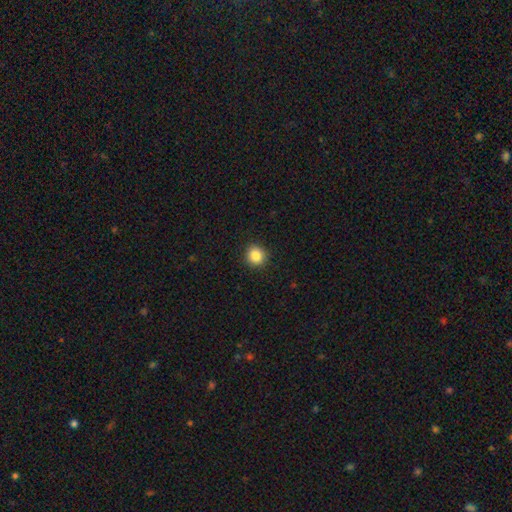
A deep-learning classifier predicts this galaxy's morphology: This is clearly a smooth galaxy (85%). How rounded: clearly round (89%). Merging: clearly none (92%).